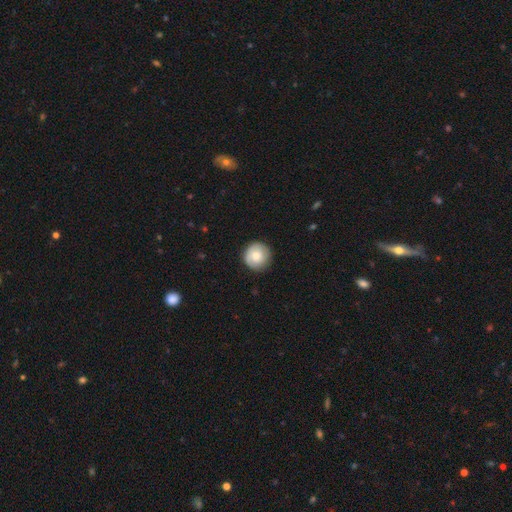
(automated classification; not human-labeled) Morphology: type=smooth (74%); roundness=round (95%); merging=none (86%).